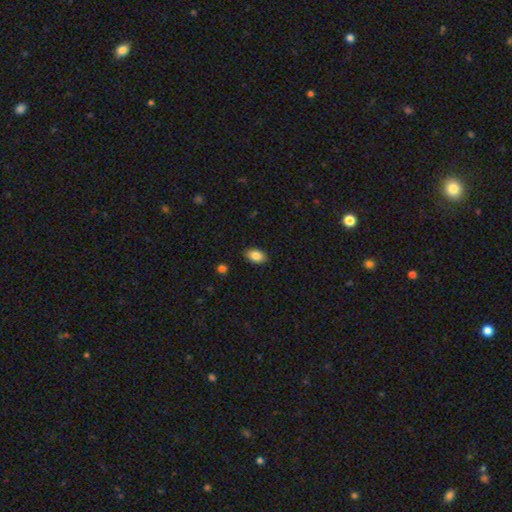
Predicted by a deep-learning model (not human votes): A smooth galaxy with no disk features (85%) that is in between round and cigar-shaped (91%).

Vote fractions:
- Smooth or featured? smooth: 85% / star or artifact: 8% / featured or disk: 7%
- How rounded? in between: 91% / round: 7% / cigar-shaped: 2%
- Merging? none: 88% / minor disturbance: 9% / major disturbance: 2% / merger: 1%